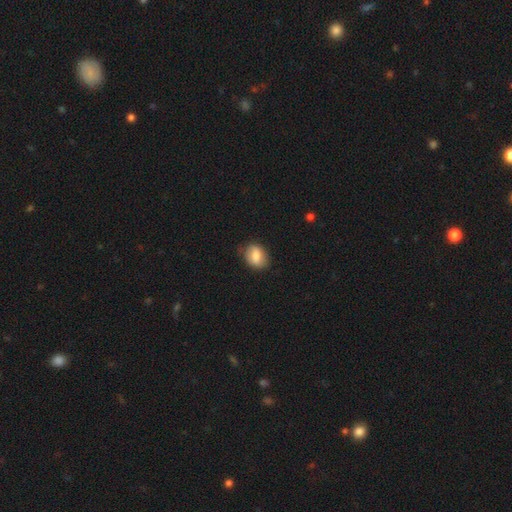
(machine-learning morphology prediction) A smooth galaxy with no disk features (76%) that is in between round and cigar-shaped (63%).

Vote fractions:
- Smooth or featured? smooth: 76% / featured or disk: 16% / star or artifact: 7%
- How rounded? in between: 63% / round: 36% / cigar-shaped: 1%
- Merging? none: 77% / minor disturbance: 18% / major disturbance: 4% / merger: 1%